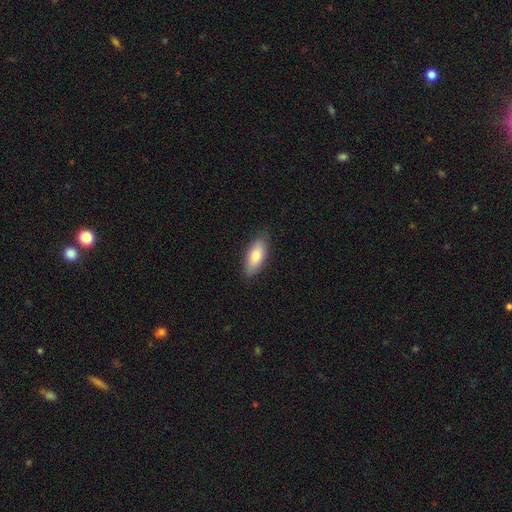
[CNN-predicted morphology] smooth 79%, featured or disk 16%, star or artifact 6%. Down the decision tree: how rounded — in between (77%); merging — none (85%).